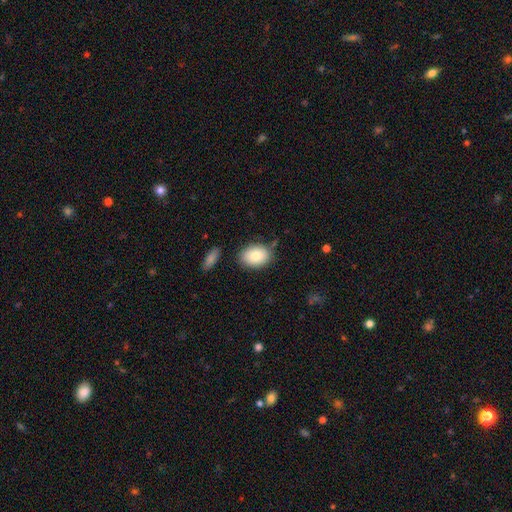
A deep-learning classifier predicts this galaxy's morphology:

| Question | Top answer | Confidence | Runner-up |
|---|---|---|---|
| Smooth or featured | smooth | 81% | featured or disk (12%) |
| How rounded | in between | 78% | round (21%) |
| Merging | none | 79% | minor disturbance (14%) |